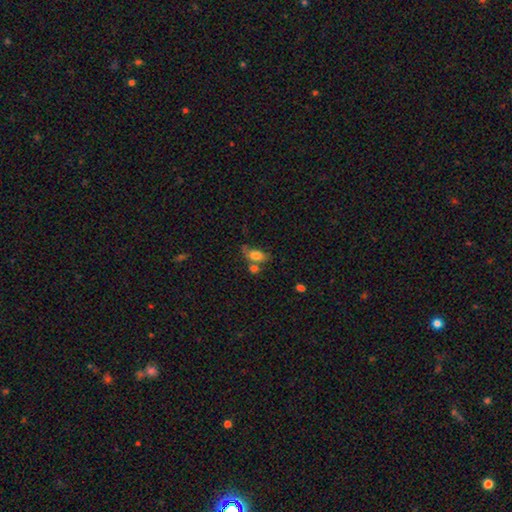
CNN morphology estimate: Smooth or featured?
  - smooth: 74% *
  - featured or disk: 17%
  - star or artifact: 9%
How rounded?
  - in between: 86% *
  - round: 9%
  - cigar-shaped: 5%
Merging?
  - none: 36% *
  - merger: 30%
  - minor disturbance: 20%
  - major disturbance: 13%